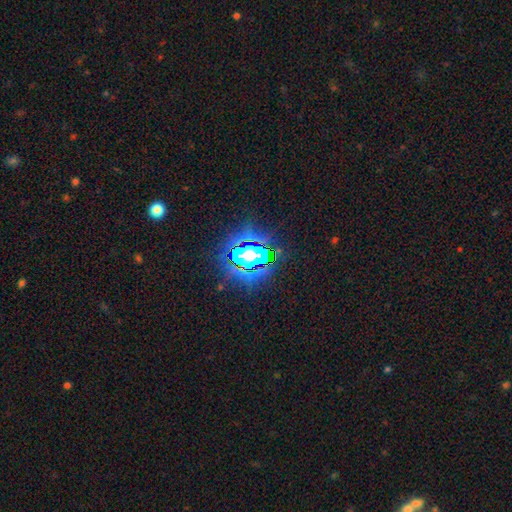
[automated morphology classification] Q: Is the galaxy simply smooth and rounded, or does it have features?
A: star or artifact — 82%.